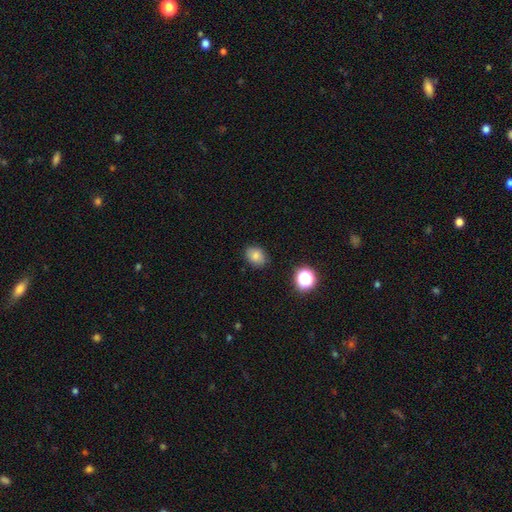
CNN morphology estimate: Smooth or featured? smooth (80%)
How rounded? in between (60%)
Merging? none (85%)